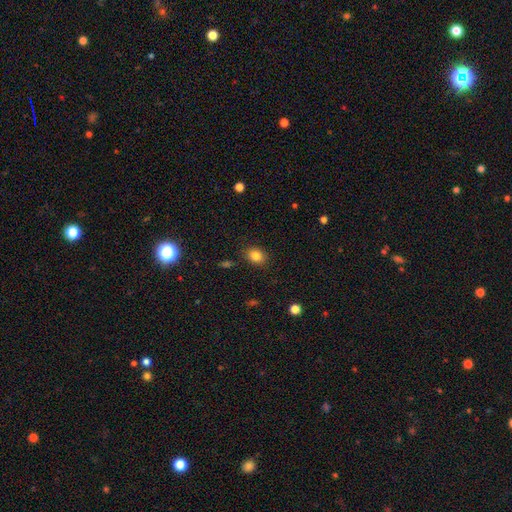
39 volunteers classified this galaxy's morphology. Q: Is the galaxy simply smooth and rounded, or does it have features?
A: smooth — 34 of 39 (87%).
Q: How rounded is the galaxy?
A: round — 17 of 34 (50%, tied with in between).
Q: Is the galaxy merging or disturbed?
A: none — 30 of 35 (86%).